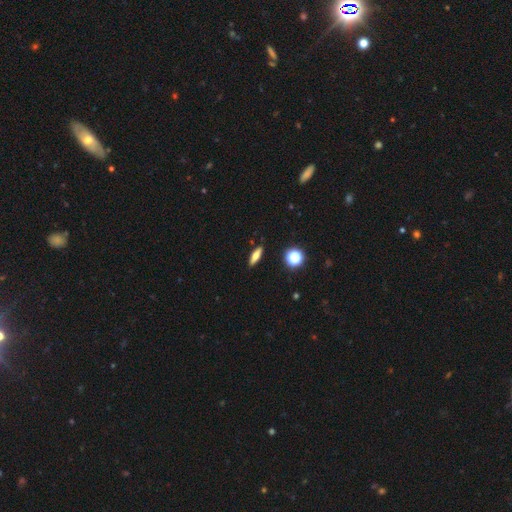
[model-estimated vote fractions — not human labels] A smooth galaxy with no disk features (65%) that is cigar-shaped (51%).

Vote fractions:
- Smooth or featured? smooth: 65% / featured or disk: 25% / star or artifact: 11%
- How rounded? cigar-shaped: 51% / in between: 42% / round: 7%
- Merging? none: 89% / minor disturbance: 8% / major disturbance: 2% / merger: 2%